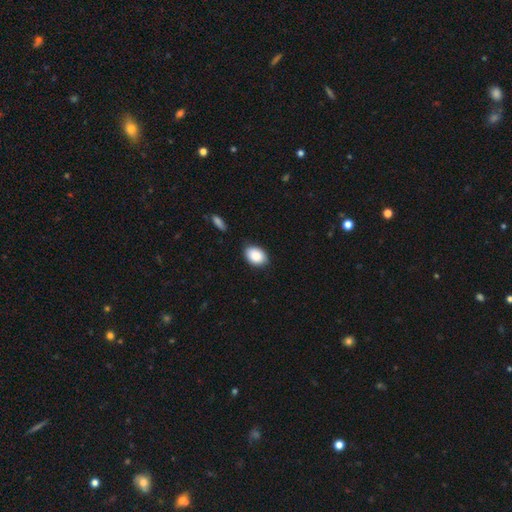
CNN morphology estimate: Overall: smooth (88%). How rounded: in between (84%). Merging: none (82%).